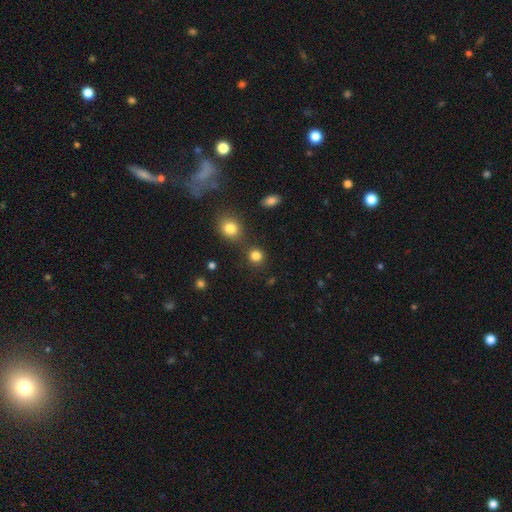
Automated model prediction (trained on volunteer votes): This appears to be a smooth galaxy with no disk features (83%) that is round (90%). Merging: none (79%).